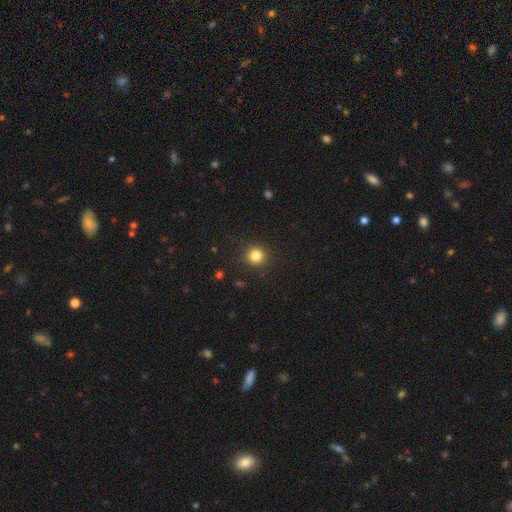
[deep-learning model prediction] smooth-or-featured: smooth: 83% | star or artifact: 12% | featured or disk: 5%
  how-rounded: round: 93% | in between: 6% | cigar-shaped: 1%
  merging: none: 90% | minor disturbance: 6% | major disturbance: 2% | merger: 1%